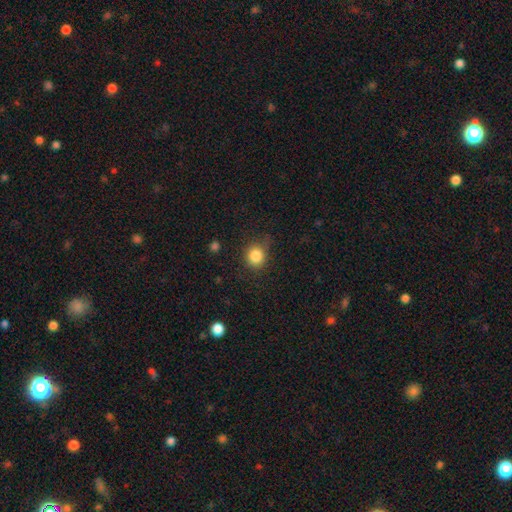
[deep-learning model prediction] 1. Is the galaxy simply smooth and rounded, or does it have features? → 84% smooth, 11% star or artifact, 6% featured or disk.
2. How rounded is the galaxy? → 84% round, 15% in between, 1% cigar-shaped.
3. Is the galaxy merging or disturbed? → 72% none, 20% minor disturbance, 6% major disturbance, 2% merger.